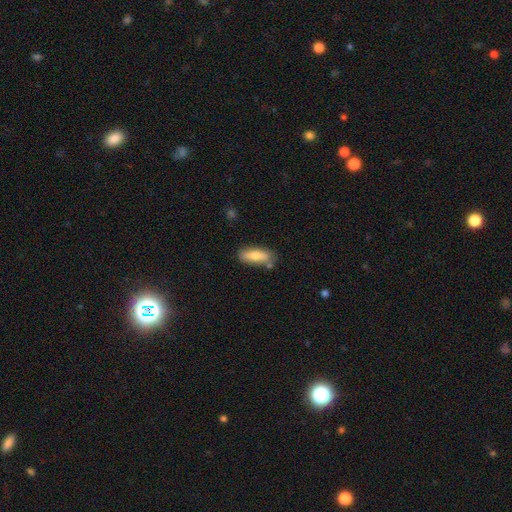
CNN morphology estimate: A smooth galaxy with no disk features (78%) that is in between round and cigar-shaped (66%). Merging: none (72%).